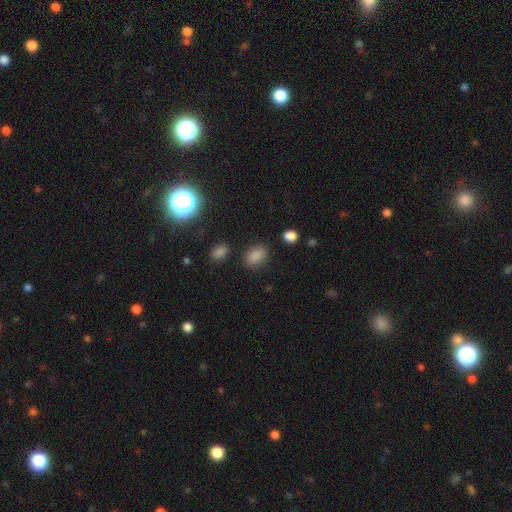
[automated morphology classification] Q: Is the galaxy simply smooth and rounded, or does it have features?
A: smooth — 84%.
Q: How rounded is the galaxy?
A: in between — 84%.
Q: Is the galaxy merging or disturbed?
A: none — 82%.